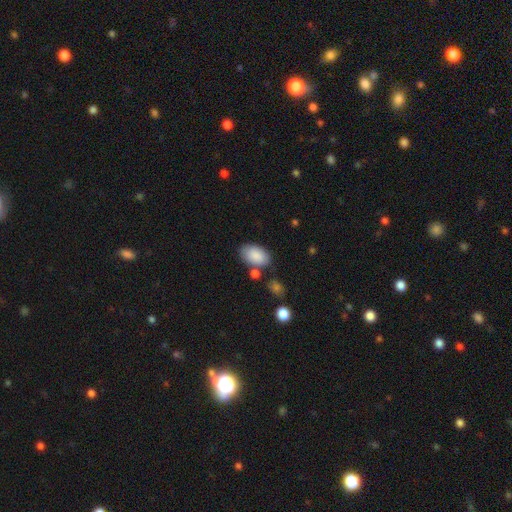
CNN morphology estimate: smooth 87%, star or artifact 6%, featured or disk 6%. Down the decision tree: how rounded — in between (93%); merging — none (71%).